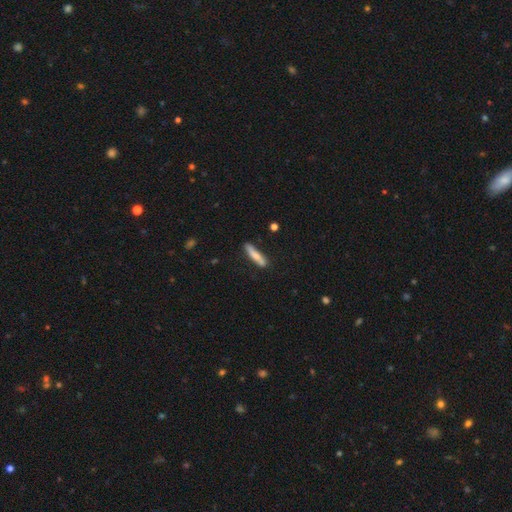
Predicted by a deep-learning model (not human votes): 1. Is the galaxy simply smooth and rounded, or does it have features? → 70% smooth, 24% featured or disk, 6% star or artifact.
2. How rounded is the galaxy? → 88% cigar-shaped, 11% in between, 2% round.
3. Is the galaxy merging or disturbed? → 73% none, 17% minor disturbance, 6% merger, 4% major disturbance.